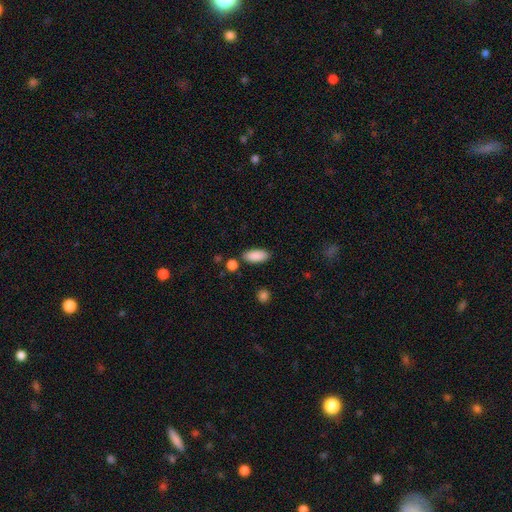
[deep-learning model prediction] Overall: smooth (89%). How rounded: in between (88%). Merging: none (82%).